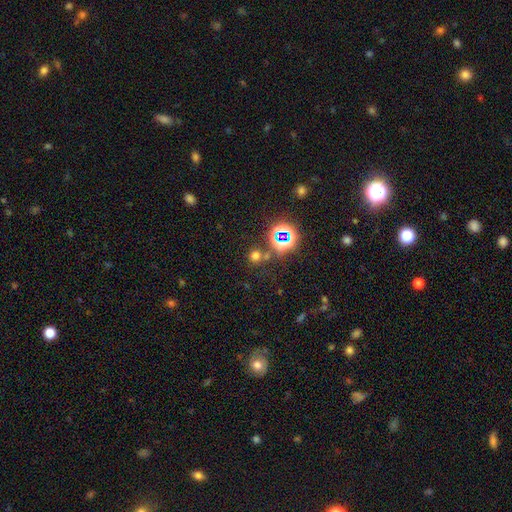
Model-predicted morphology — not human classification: A smooth galaxy with no disk features (58%) that is round (89%).

Vote fractions:
- Smooth or featured? smooth: 58% / star or artifact: 35% / featured or disk: 7%
- How rounded? round: 89% / in between: 10% / cigar-shaped: 1%
- Merging? none: 71% / merger: 16% / minor disturbance: 8% / major disturbance: 4%